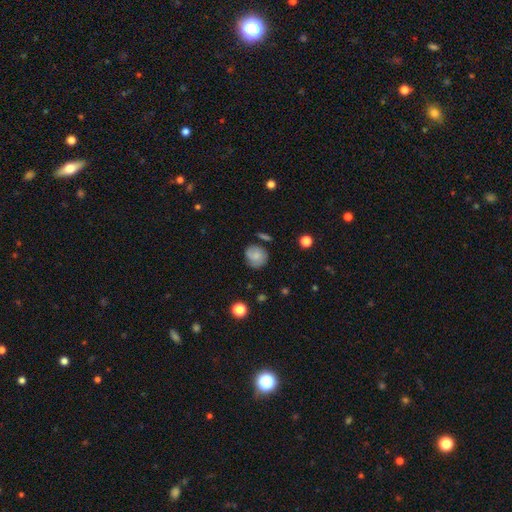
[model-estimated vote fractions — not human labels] The model was most divided on "merging": none: 68%, minor disturbance: 23%, major disturbance: 6%, merger: 4%. More confident: how rounded — round (80%); smooth or featured — smooth (71%).